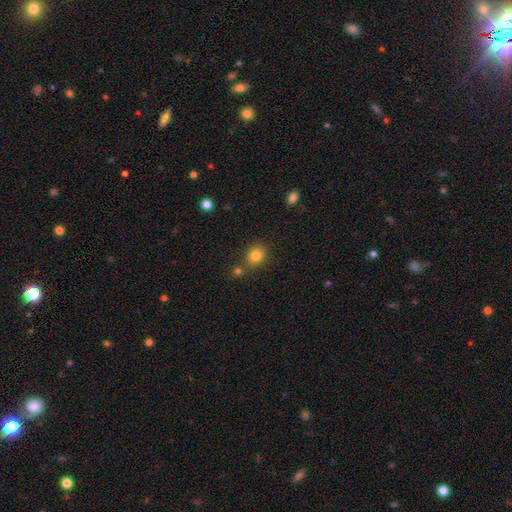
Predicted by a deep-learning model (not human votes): Overall: smooth (82%). How rounded: round (72%). Merging: none (71%).